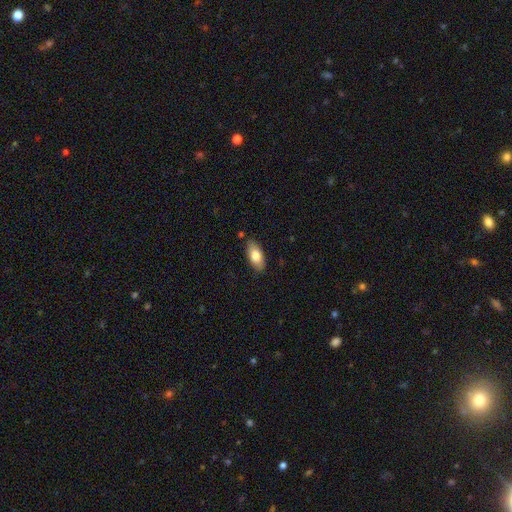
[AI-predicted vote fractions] A smooth galaxy with no disk features (78%) that is in between round and cigar-shaped (89%). Merging: none (82%).